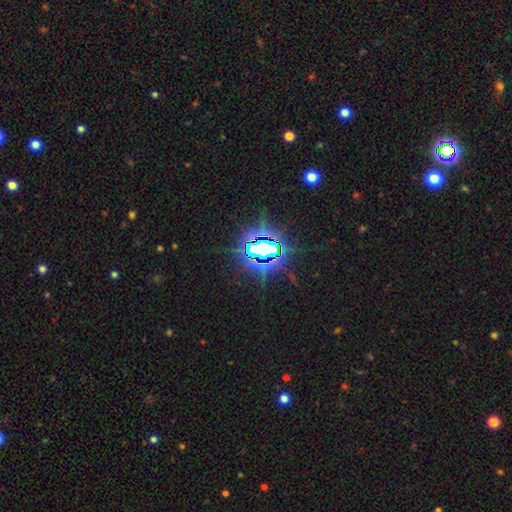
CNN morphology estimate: The model was most divided on "smooth or featured": star or artifact: 79%, smooth: 11%, featured or disk: 10%.